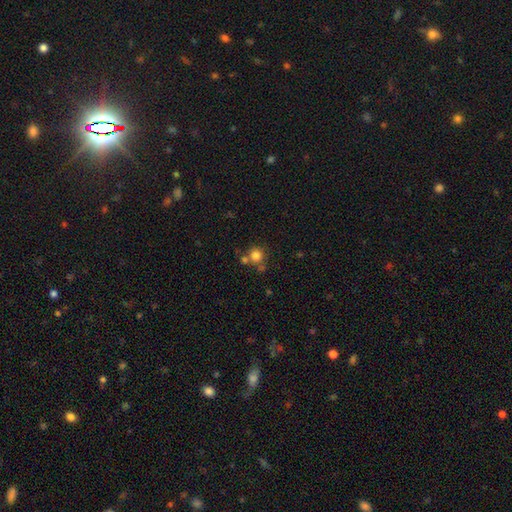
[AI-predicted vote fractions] smooth_or_featured: smooth (p=0.79) [alt: star or artifact p=0.13]
how_rounded: round (p=0.91) [alt: in between p=0.08]
merging: none (p=0.64) [alt: merger p=0.23]